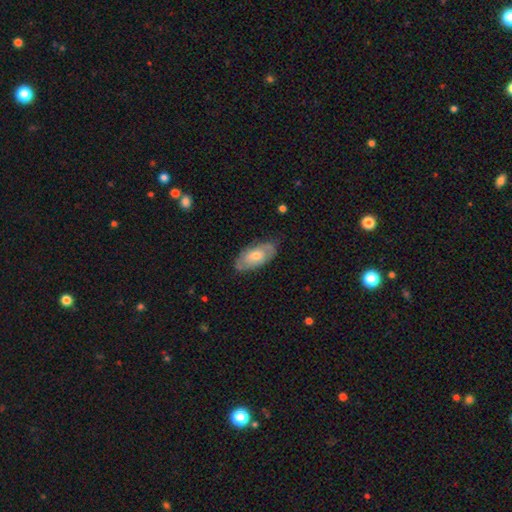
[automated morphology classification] type=smooth (49%); merging=none (71%).